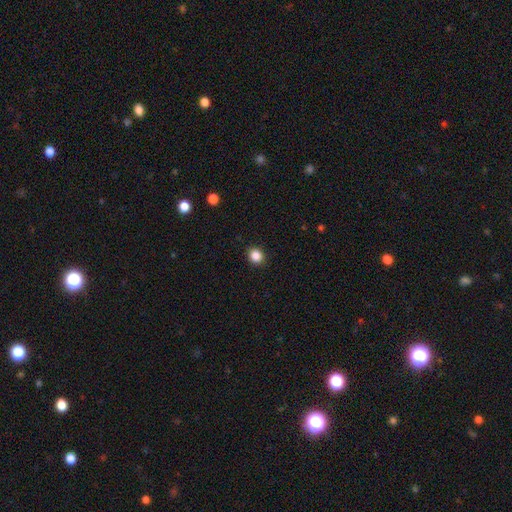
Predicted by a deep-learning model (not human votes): Smooth or featured?
  - smooth: 86% *
  - star or artifact: 11%
  - featured or disk: 3%
How rounded?
  - round: 77% *
  - in between: 22%
  - cigar-shaped: 1%
Merging?
  - none: 91% *
  - minor disturbance: 6%
  - major disturbance: 2%
  - merger: 1%